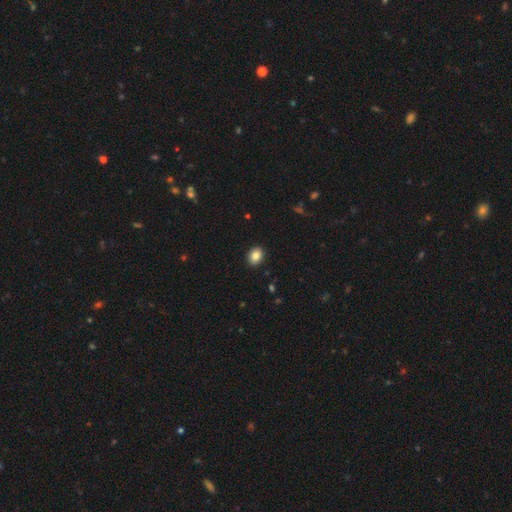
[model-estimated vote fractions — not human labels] Overall: smooth (85%). How rounded: in between (57%; round 42%). Merging: none (91%).